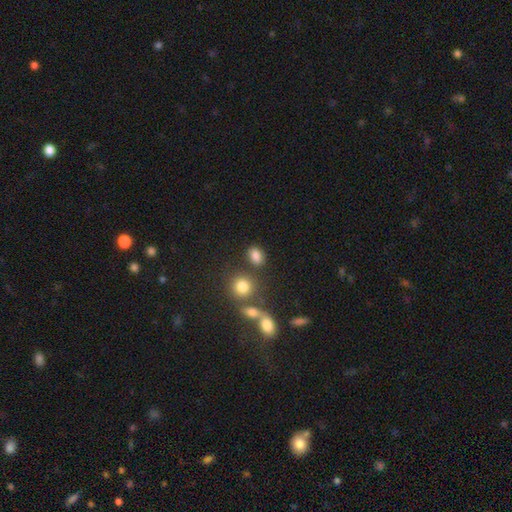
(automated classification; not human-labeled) Q: Smooth or featured?
A: smooth (81%); runner-up: star or artifact (12%)
Q: How rounded?
A: in between (69%); runner-up: round (29%)
Q: Merging?
A: none (71%); runner-up: minor disturbance (12%)